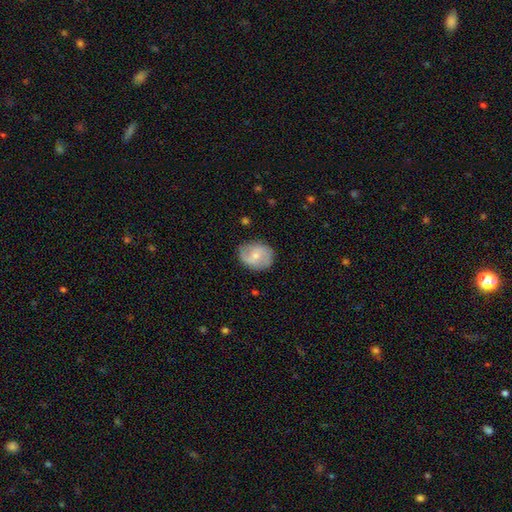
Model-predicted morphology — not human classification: This is possibly a featured or disk galaxy (54%). It is clearly not viewed edge-on (97%). Bar: possibly no (54%). Spiral arm pattern: clearly yes (84%). Central bulge: possibly small (50%). Merging: likely none (77%).